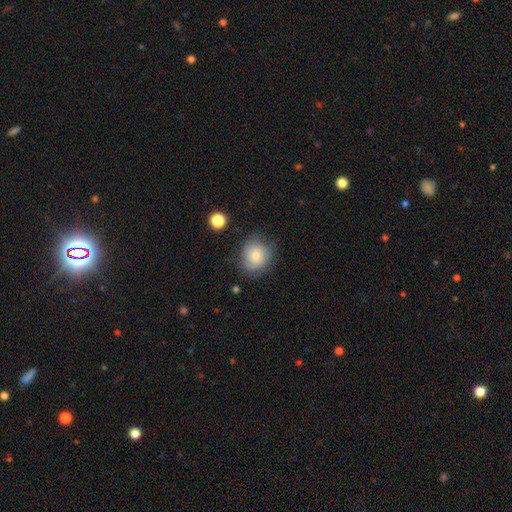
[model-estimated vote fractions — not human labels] Smooth or featured? Predicted: smooth (p=0.70). How rounded? Predicted: round (p=0.74). Merging? Predicted: none (p=0.65).